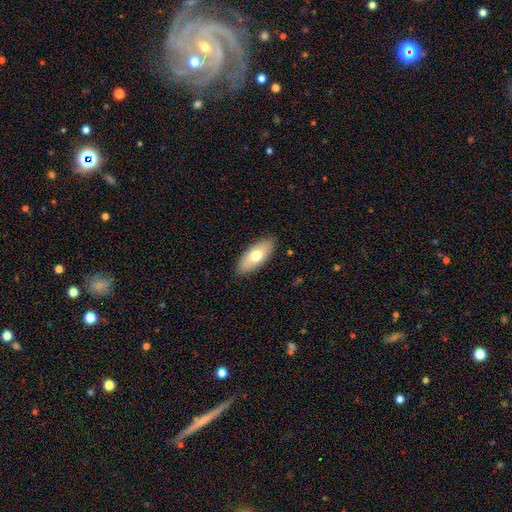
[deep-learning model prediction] Smooth or featured: smooth — 69% (featured or disk — 25%)
How rounded: in between — 86% (cigar-shaped — 11%)
Merging: none — 86% (minor disturbance — 11%)